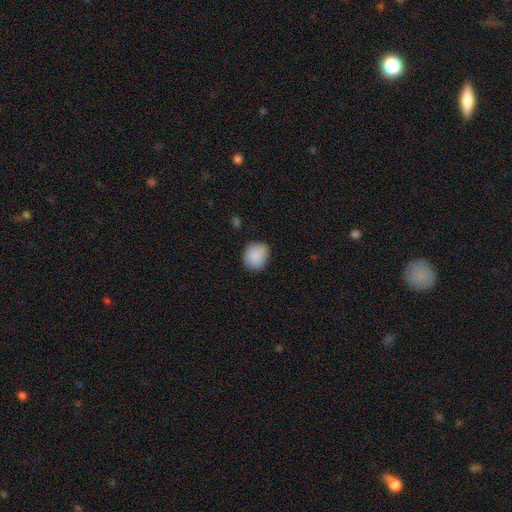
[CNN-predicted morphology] smooth-or-featured: smooth: 88% | star or artifact: 7% | featured or disk: 5%
  how-rounded: round: 73% | in between: 26% | cigar-shaped: 1%
  merging: none: 72% | minor disturbance: 23% | major disturbance: 4% | merger: 2%